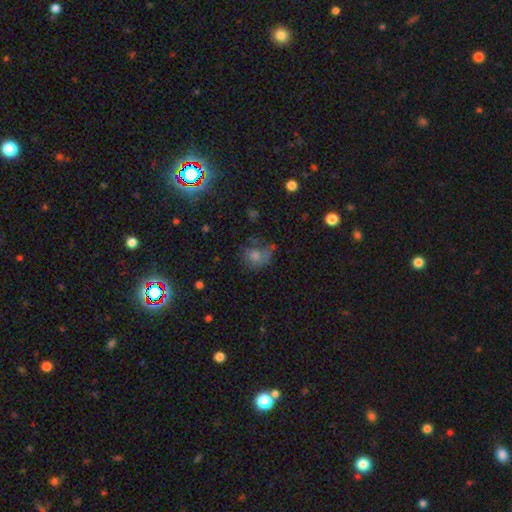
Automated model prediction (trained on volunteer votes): The model was most divided on "smooth or featured": smooth: 51%, star or artifact: 30%, featured or disk: 19%. More confident: how rounded — round (69%); merging — none (52%).